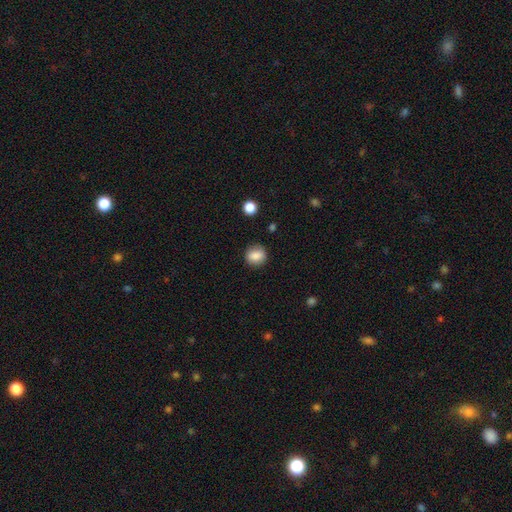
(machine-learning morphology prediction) This appears to be a smooth galaxy with no disk features (85%) that is round (70%). Merging: none (85%).